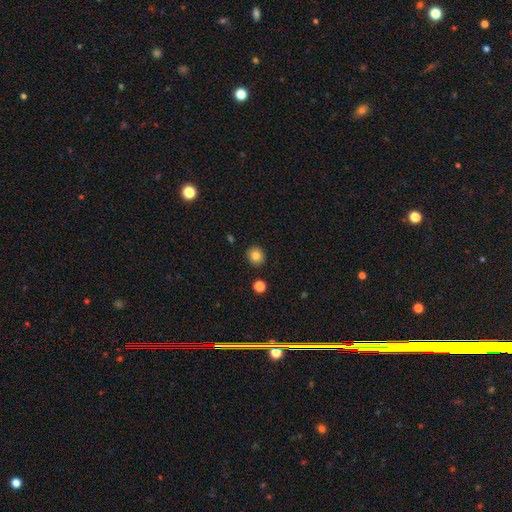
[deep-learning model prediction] A smooth galaxy with no disk features (82%) that is round (87%).

Vote fractions:
- Smooth or featured? smooth: 82% / star or artifact: 10% / featured or disk: 8%
- How rounded? round: 87% / in between: 12% / cigar-shaped: 1%
- Merging? none: 90% / minor disturbance: 6% / merger: 2% / major disturbance: 2%